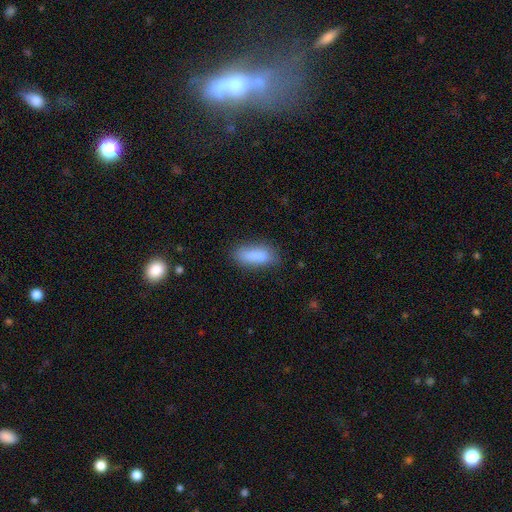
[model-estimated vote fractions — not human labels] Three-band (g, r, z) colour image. It shows a smooth galaxy with no disk features (86%) that is in between round and cigar-shaped (71%). Merging: none (77%).